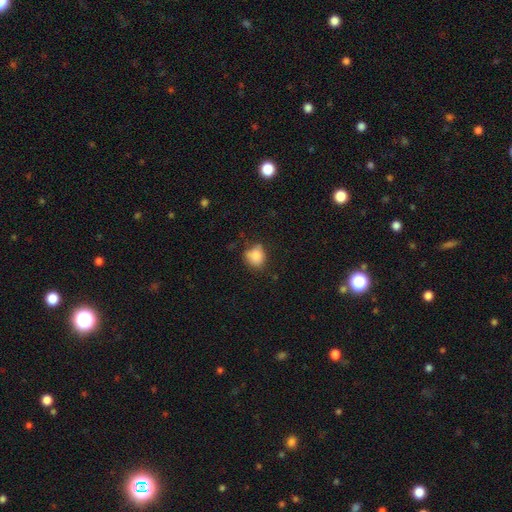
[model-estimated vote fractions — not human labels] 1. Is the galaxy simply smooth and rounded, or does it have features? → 84% smooth, 9% star or artifact, 6% featured or disk.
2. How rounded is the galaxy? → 70% round, 29% in between, 1% cigar-shaped.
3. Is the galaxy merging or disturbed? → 64% none, 27% minor disturbance, 7% major disturbance, 3% merger.